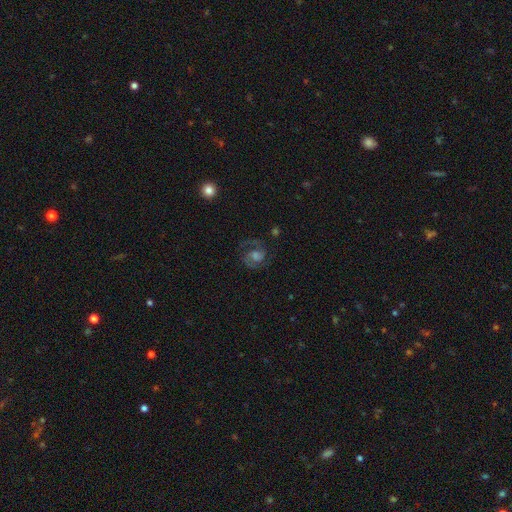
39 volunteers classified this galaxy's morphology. A featured or disk galaxy (92%) with a weak bar (53%), 2 (97%) medium (55%) spiral arms (97%) and a moderate central bulge (41%). Merging: none (76%).